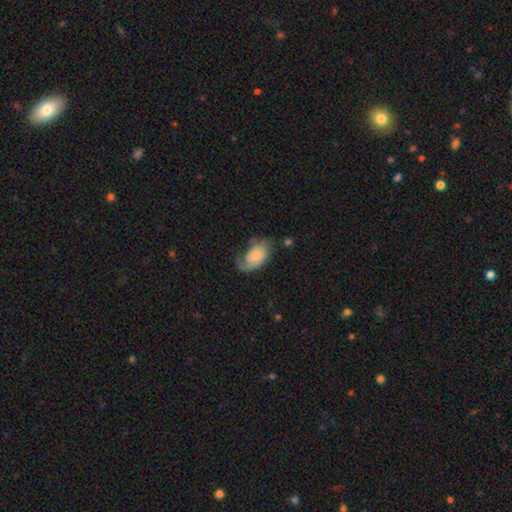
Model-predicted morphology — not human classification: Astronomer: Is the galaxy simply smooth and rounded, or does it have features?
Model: featured or disk — 58% (runner-up: smooth, 35%).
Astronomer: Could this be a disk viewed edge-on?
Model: no — 96%.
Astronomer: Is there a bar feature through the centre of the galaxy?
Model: no — 75%.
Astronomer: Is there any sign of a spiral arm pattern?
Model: yes — 87%.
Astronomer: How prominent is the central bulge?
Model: small — 49%.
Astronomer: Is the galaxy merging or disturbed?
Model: none — 45% (runner-up: minor disturbance, 26%).